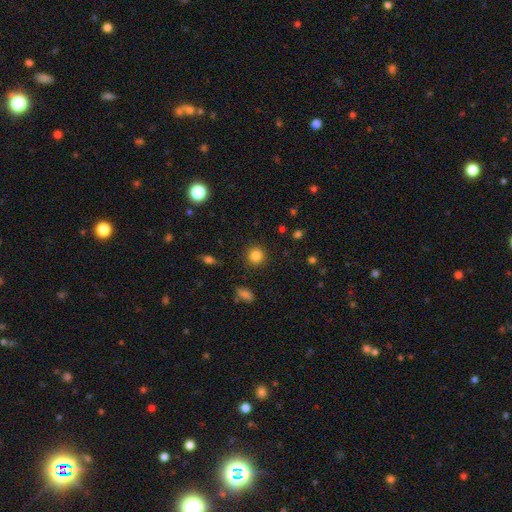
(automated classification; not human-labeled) Smooth or featured? Predicted: smooth (p=0.84). How rounded? Predicted: round (p=0.92). Merging? Predicted: none (p=0.91).